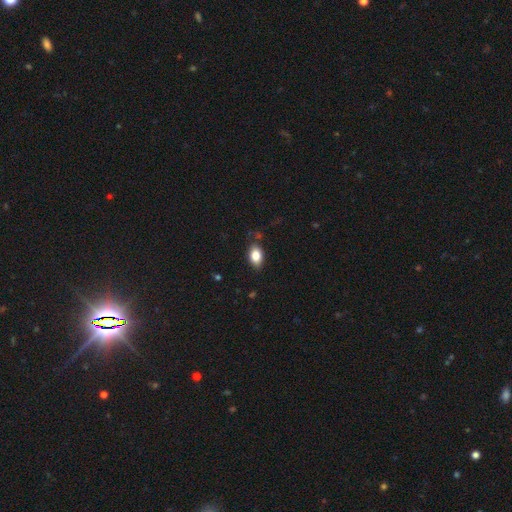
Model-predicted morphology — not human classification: smooth_or_featured: smooth (p=0.82) [alt: featured or disk p=0.10]
how_rounded: in between (p=0.87) [alt: round p=0.11]
merging: none (p=0.78) [alt: minor disturbance p=0.17]